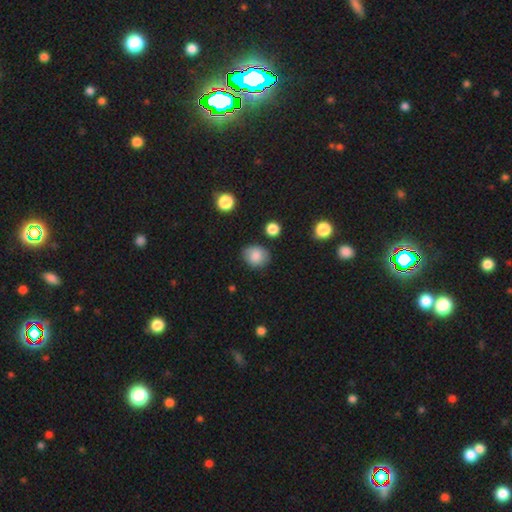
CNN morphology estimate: Smooth or featured?
  - smooth: 84% *
  - star or artifact: 9%
  - featured or disk: 7%
How rounded?
  - round: 61% *
  - in between: 38%
  - cigar-shaped: 1%
Merging?
  - none: 78% *
  - minor disturbance: 16%
  - major disturbance: 4%
  - merger: 3%